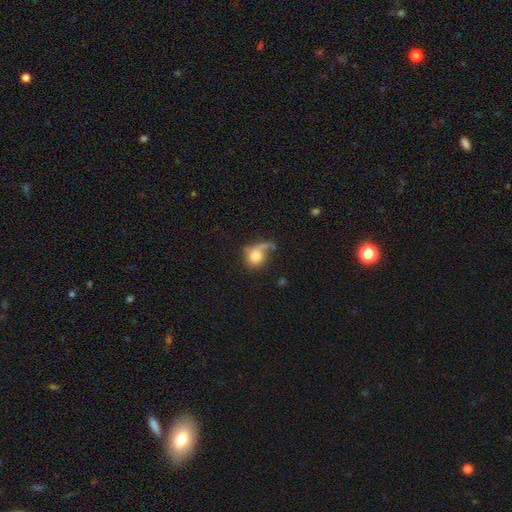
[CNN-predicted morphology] Smooth or featured: smooth — 68% (featured or disk — 24%)
How rounded: round — 71% (in between — 27%)
Merging: major disturbance — 36% (none — 31%)